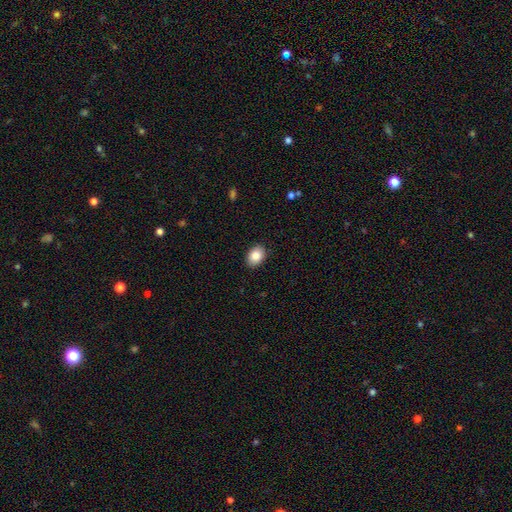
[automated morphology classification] Overall: smooth (85%). How rounded: in between (73%). Merging: none (88%).